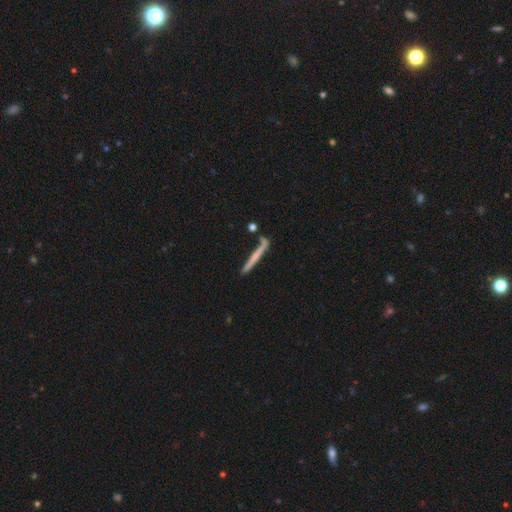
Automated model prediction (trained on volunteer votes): Morphology: type=featured or disk (48%); merging=none (72%).